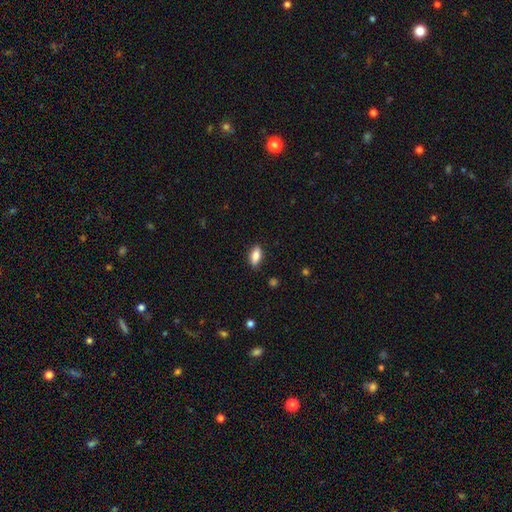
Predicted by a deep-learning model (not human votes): A smooth galaxy with no disk features (81%) that is in between round and cigar-shaped (79%).

Vote fractions:
- Smooth or featured? smooth: 81% / featured or disk: 12% / star or artifact: 7%
- How rounded? in between: 79% / cigar-shaped: 18% / round: 3%
- Merging? none: 85% / minor disturbance: 12% / major disturbance: 2% / merger: 1%